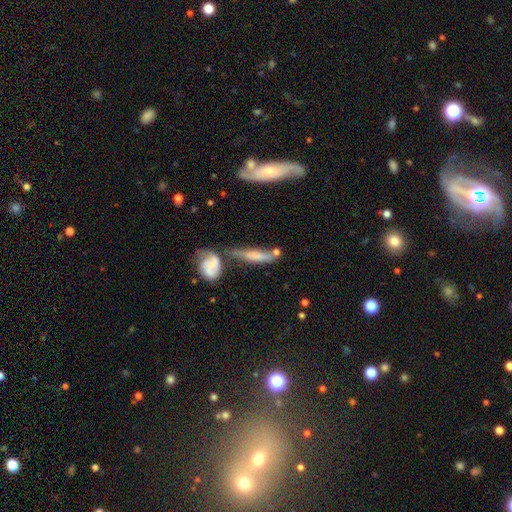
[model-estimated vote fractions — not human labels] Smooth or featured? Predicted: smooth (p=0.48). Merging? Predicted: merger (p=0.36).